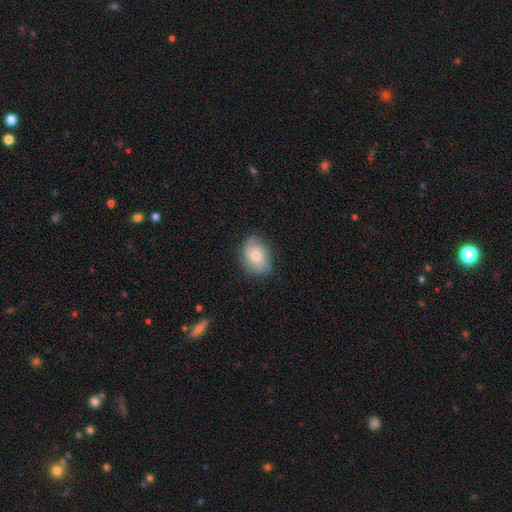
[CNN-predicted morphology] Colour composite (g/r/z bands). It shows a smooth galaxy with no disk features (64%) that is in between round and cigar-shaped (70%). Merging: none (77%).